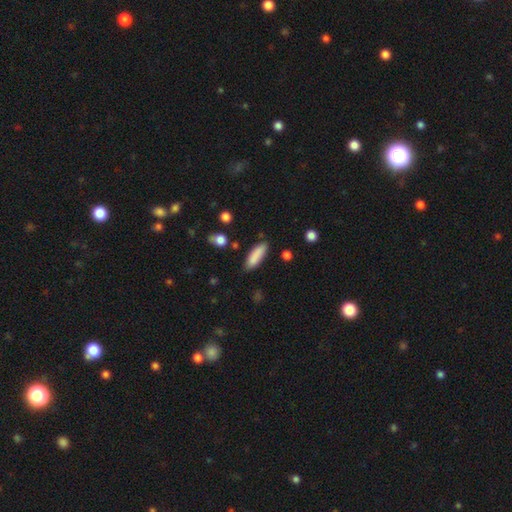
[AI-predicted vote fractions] Smooth or featured? smooth (87%)
How rounded? in between (52%)
Merging? none (79%)